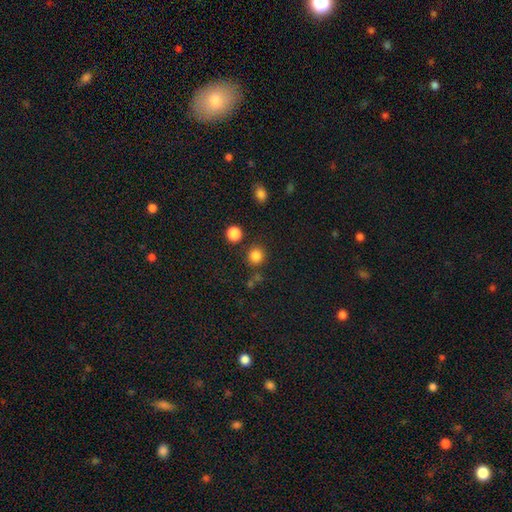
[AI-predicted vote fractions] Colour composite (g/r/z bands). It shows a smooth galaxy with no disk features (82%) that is round (91%). Merging: none (83%).